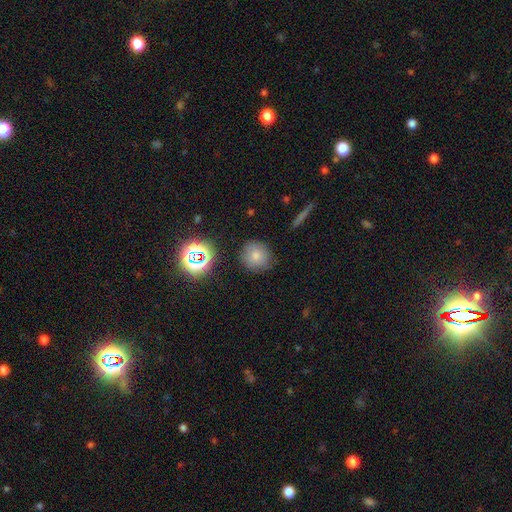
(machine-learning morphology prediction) smooth_or_featured: smooth (p=0.75) [alt: star or artifact p=0.16]
how_rounded: round (p=0.90) [alt: in between p=0.08]
merging: none (p=0.85) [alt: minor disturbance p=0.10]